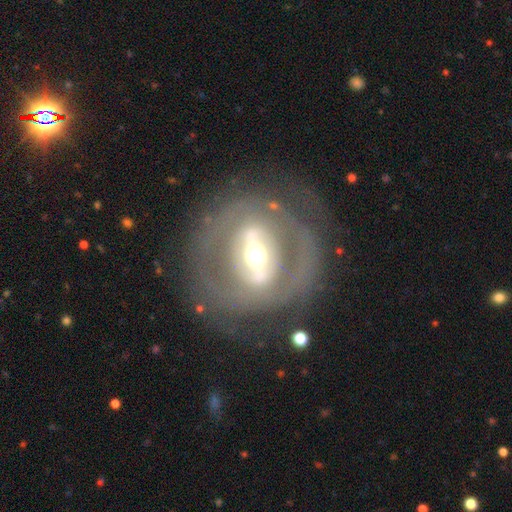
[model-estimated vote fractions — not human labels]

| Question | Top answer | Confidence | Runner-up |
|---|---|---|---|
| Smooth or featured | featured or disk | 77% | smooth (17%) |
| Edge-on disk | no | 90% | yes (10%) |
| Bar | strong | 59% | weak (24%) |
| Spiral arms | no | 62% | yes (38%) |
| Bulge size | moderate | 59% | small (24%) |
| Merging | none | 73% | minor disturbance (13%) |